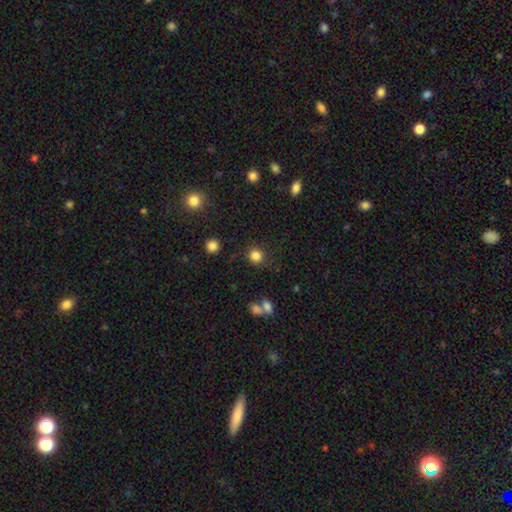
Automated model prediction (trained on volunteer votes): Morphology: type=smooth (84%); roundness=round (90%); merging=none (83%).